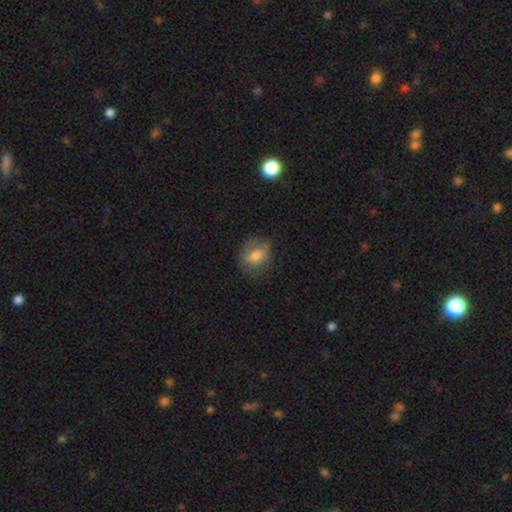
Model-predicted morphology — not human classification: Smooth or featured? Predicted: smooth (p=0.65). How rounded? Predicted: round (p=0.51). Merging? Predicted: none (p=0.64).